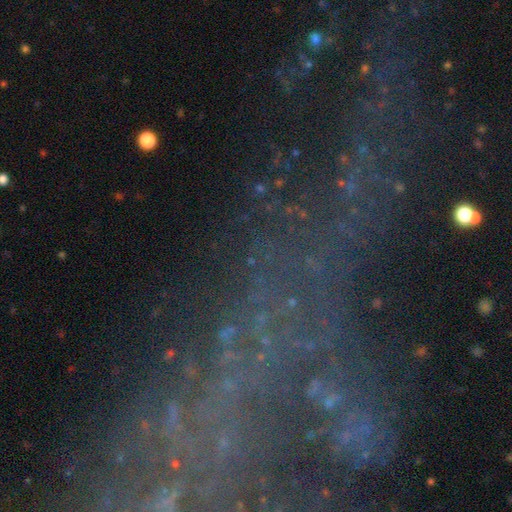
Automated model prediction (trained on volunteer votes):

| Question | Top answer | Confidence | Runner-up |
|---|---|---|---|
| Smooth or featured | star or artifact | 52% | featured or disk (32%) |